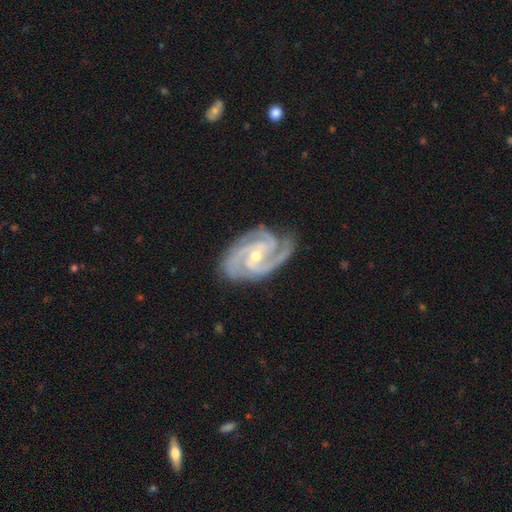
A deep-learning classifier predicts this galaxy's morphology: smooth-or-featured: featured or disk: 94% | star or artifact: 4% | smooth: 2%
  disk-edge-on: no: 98% | yes: 2%
    bar: no: 43% | weak: 38% | strong: 20%
    has-spiral-arms: yes: 99% | no: 1%
      spiral-winding: tight: 60% | medium: 37% | loose: 3%
      spiral-arm-count: 3: 64% | 2: 13% | 4: 12% | can't tell: 4% | more than 4: 3% | 1: 3%
    bulge-size: small: 60% | moderate: 38% | large: 1% | none: 1% | dominant: 1%
  merging: none: 79% | minor disturbance: 16% | major disturbance: 4% | merger: 1%